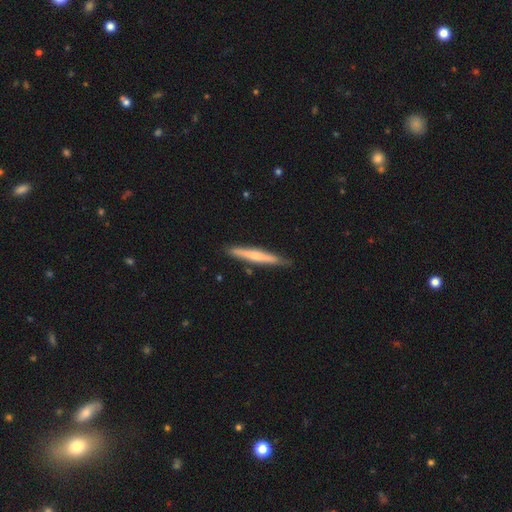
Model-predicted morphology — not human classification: Q: Smooth or featured?
A: smooth (52%); runner-up: featured or disk (43%)
Q: How rounded?
A: cigar-shaped (96%); runner-up: in between (3%)
Q: Merging?
A: none (88%); runner-up: minor disturbance (9%)